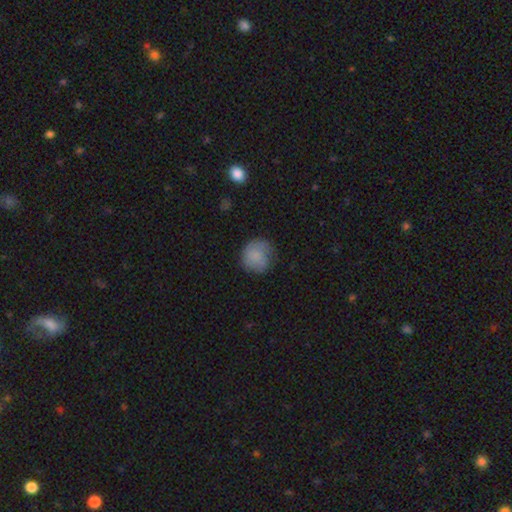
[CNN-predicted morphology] A smooth galaxy with no disk features (78%) that is round (87%).

Vote fractions:
- Smooth or featured? smooth: 78% / featured or disk: 13% / star or artifact: 8%
- How rounded? round: 87% / in between: 12% / cigar-shaped: 1%
- Merging? none: 67% / minor disturbance: 24% / major disturbance: 7% / merger: 2%